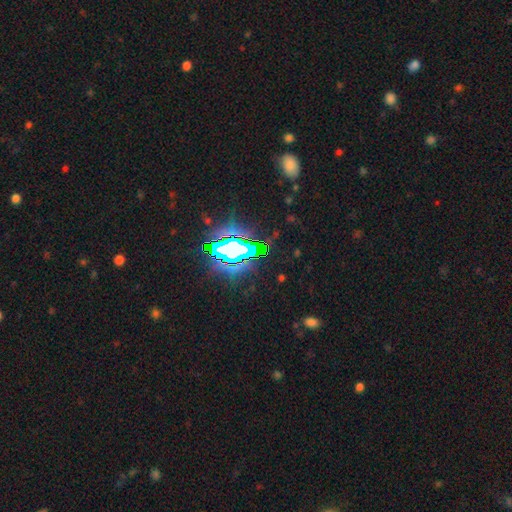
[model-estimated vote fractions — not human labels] The model was most divided on "smooth or featured": star or artifact: 80%, smooth: 11%, featured or disk: 9%.